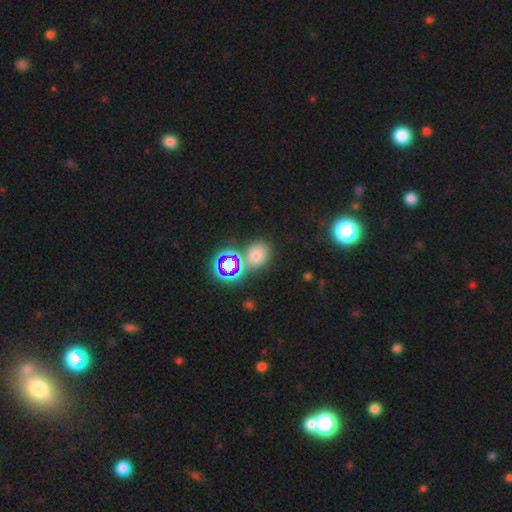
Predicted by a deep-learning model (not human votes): Smooth or featured?
  - smooth: 61% *
  - star or artifact: 30%
  - featured or disk: 9%
How rounded?
  - round: 57% *
  - in between: 41%
  - cigar-shaped: 1%
Merging?
  - none: 66% *
  - merger: 17%
  - minor disturbance: 12%
  - major disturbance: 5%